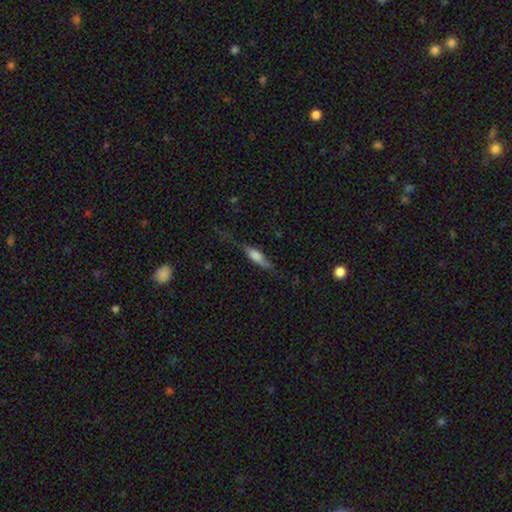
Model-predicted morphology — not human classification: Smooth or featured? Predicted: smooth (p=0.60). How rounded? Predicted: cigar-shaped (p=0.60). Merging? Predicted: none (p=0.57).